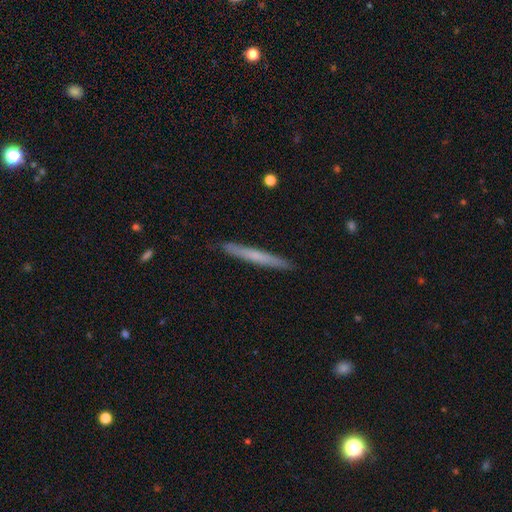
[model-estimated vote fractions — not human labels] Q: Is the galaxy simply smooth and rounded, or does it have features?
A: smooth — 57%.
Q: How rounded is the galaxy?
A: cigar-shaped — 97%.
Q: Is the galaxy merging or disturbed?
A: none — 91%.